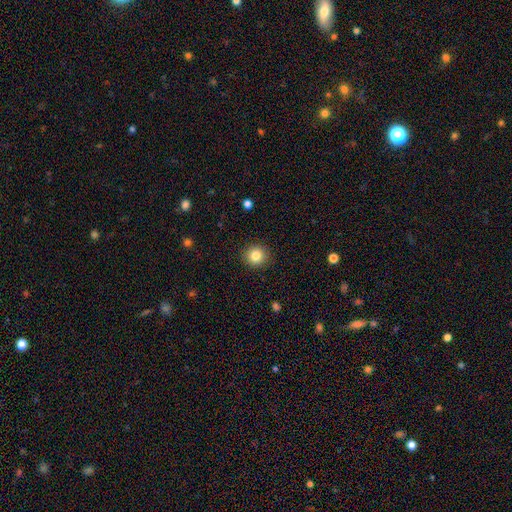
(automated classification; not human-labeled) Smooth or featured?
  - smooth: 83% *
  - star or artifact: 10%
  - featured or disk: 6%
How rounded?
  - round: 90% *
  - in between: 9%
  - cigar-shaped: 1%
Merging?
  - none: 91% *
  - minor disturbance: 6%
  - major disturbance: 2%
  - merger: 1%